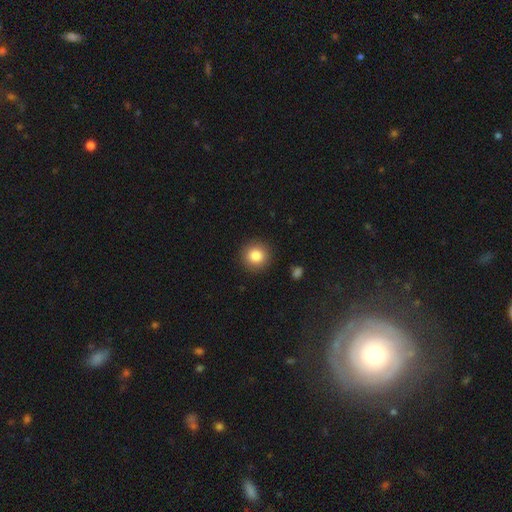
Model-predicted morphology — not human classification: Smooth or featured: smooth — 84% (star or artifact — 10%)
How rounded: round — 93% (in between — 6%)
Merging: none — 91% (minor disturbance — 6%)